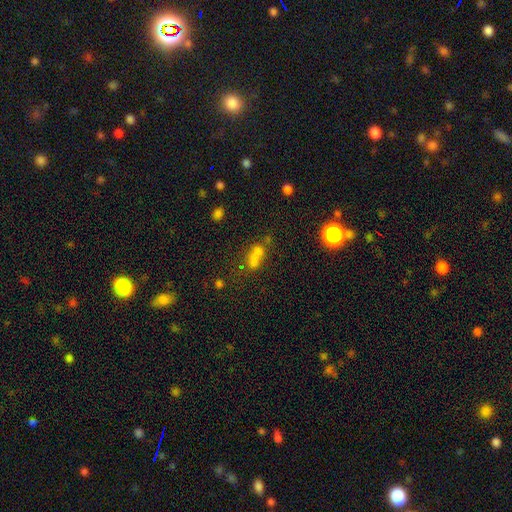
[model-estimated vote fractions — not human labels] Smooth or featured? Predicted: smooth (p=0.62). How rounded? Predicted: in between (p=0.60). Merging? Predicted: merger (p=0.49).